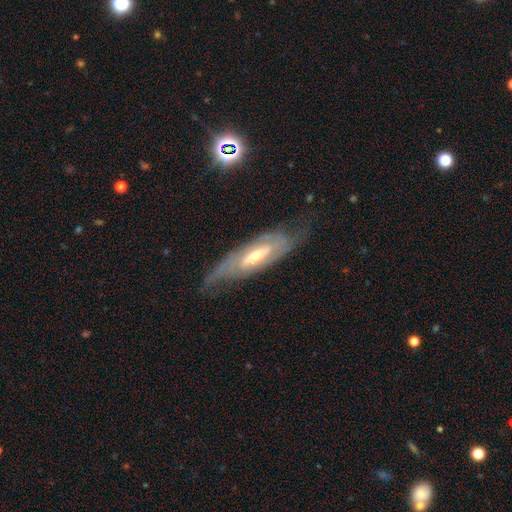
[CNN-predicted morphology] The model was most divided on "bulge size": moderate: 48%, small: 46%, large: 3%, none: 1%, dominant: 1%. Remaining: spiral arms — yes (87%); smooth or featured — featured or disk (80%); edge-on disk — no (79%); merging — none (64%); spiral arm count — 2 (61%); spiral winding — tight (44%); bar — weak (41%).